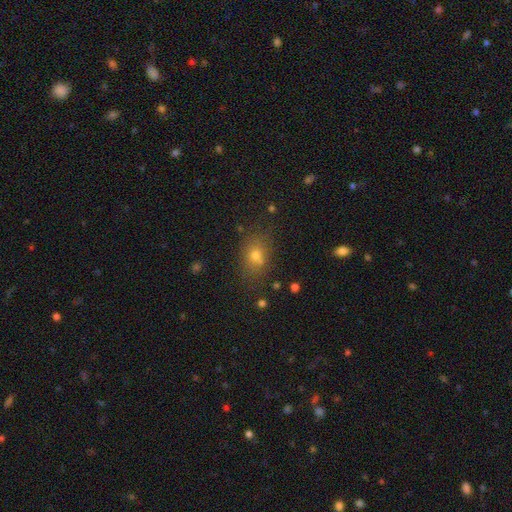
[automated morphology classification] smooth 68%, star or artifact 20%, featured or disk 12%. Down the decision tree: how rounded — in between (60%); merging — none (71%).